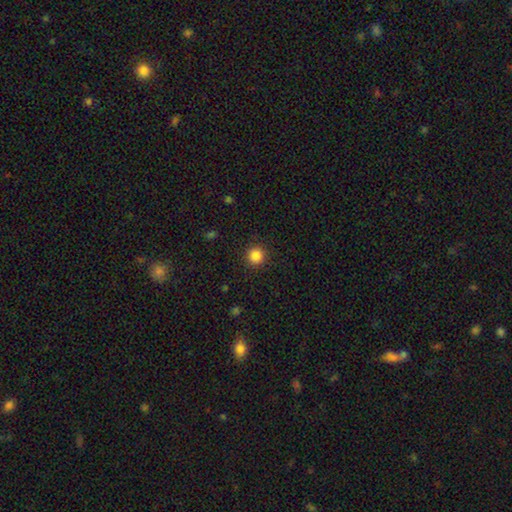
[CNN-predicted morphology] A smooth galaxy with no disk features (86%) that is round (94%).

Vote fractions:
- Smooth or featured? smooth: 86% / star or artifact: 11% / featured or disk: 3%
- How rounded? round: 94% / in between: 5% / cigar-shaped: 1%
- Merging? none: 92% / minor disturbance: 5% / major disturbance: 2% / merger: 1%